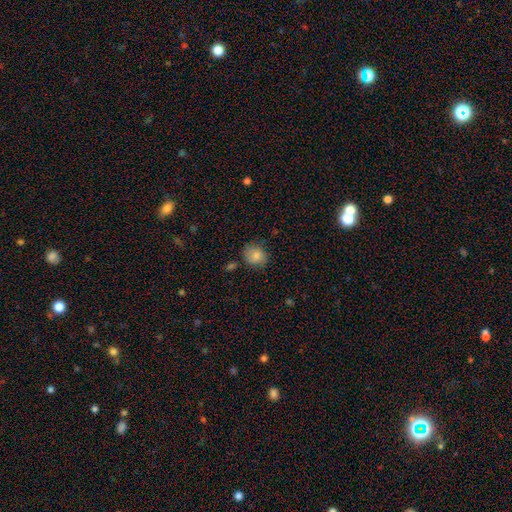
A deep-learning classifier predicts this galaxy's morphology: Smooth or featured?
  - smooth: 83% *
  - star or artifact: 9%
  - featured or disk: 8%
How rounded?
  - round: 71% *
  - in between: 28%
  - cigar-shaped: 1%
Merging?
  - none: 77% *
  - minor disturbance: 16%
  - major disturbance: 3%
  - merger: 3%